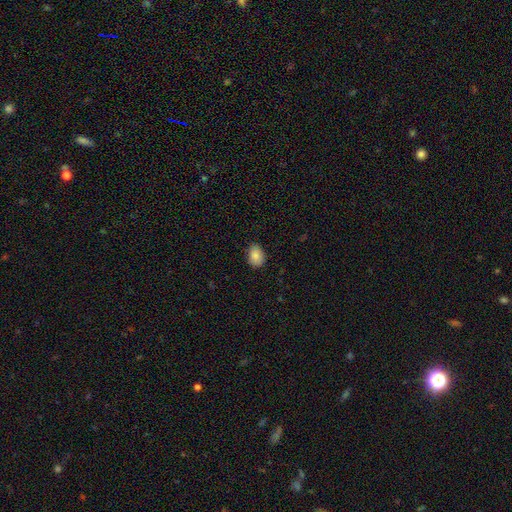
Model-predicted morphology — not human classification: smooth-or-featured: smooth: 87% | star or artifact: 8% | featured or disk: 5%
  how-rounded: in between: 76% | round: 23% | cigar-shaped: 1%
  merging: none: 81% | minor disturbance: 16% | major disturbance: 2% | merger: 1%